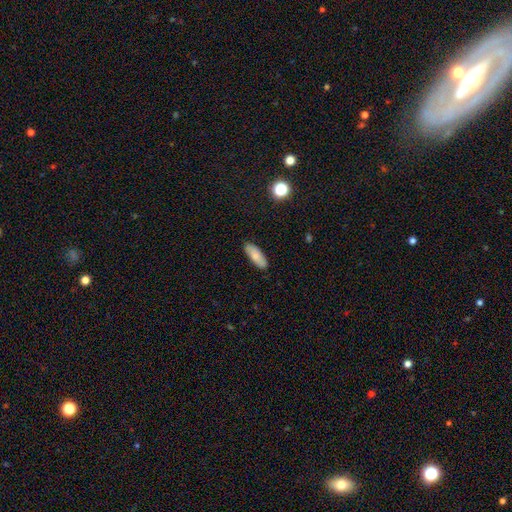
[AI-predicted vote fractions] smooth 80%, featured or disk 14%, star or artifact 7%. Down the decision tree: how rounded — in between (65%); merging — none (87%).